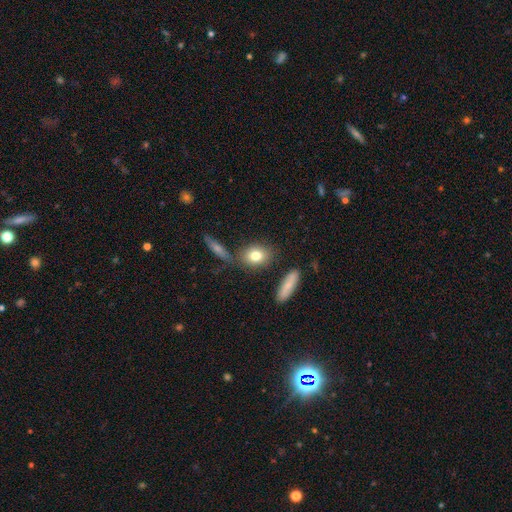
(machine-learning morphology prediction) Smooth or featured?
  - smooth: 78% *
  - featured or disk: 13%
  - star or artifact: 9%
How rounded?
  - in between: 59% *
  - round: 37%
  - cigar-shaped: 4%
Merging?
  - none: 76% *
  - minor disturbance: 12%
  - merger: 9%
  - major disturbance: 4%